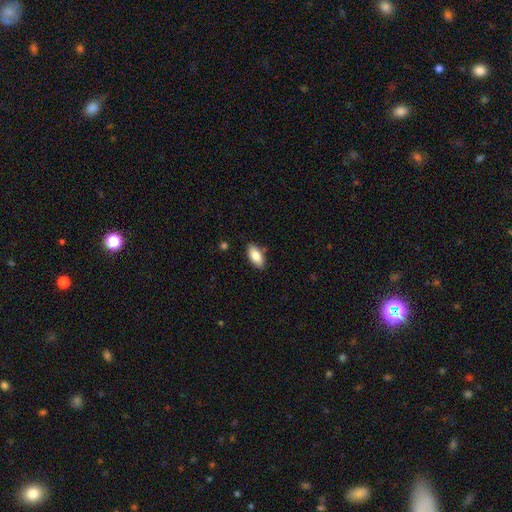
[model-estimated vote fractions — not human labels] Smooth or featured: smooth — 83% (featured or disk — 10%)
How rounded: in between — 90% (cigar-shaped — 8%)
Merging: none — 85% (minor disturbance — 11%)